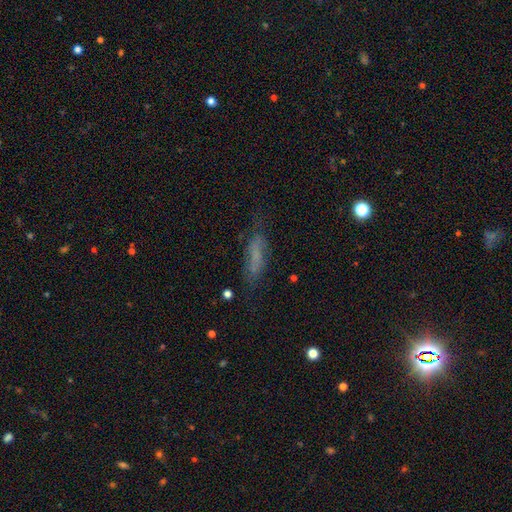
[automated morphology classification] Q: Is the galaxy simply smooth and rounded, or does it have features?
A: smooth — 57%.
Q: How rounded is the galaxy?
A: cigar-shaped — 61%.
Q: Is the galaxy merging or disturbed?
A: none — 61%.